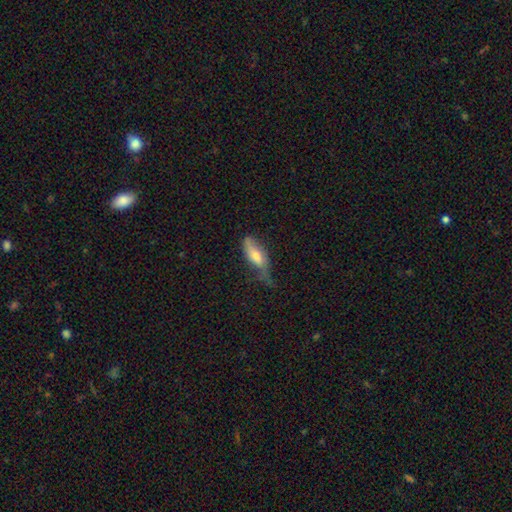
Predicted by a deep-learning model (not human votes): This appears to be a smooth galaxy with no disk features (55%) that is in between round and cigar-shaped (66%). Merging: none (40%).